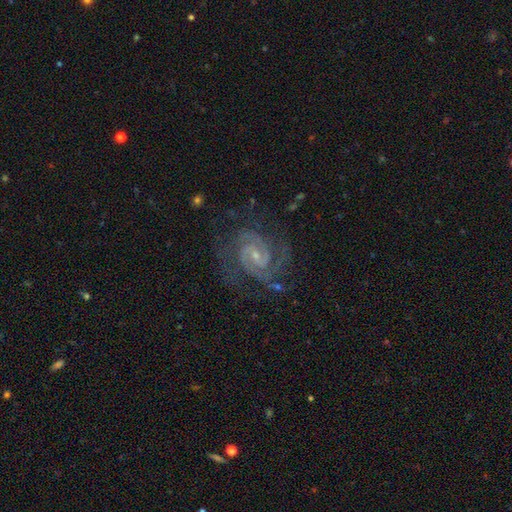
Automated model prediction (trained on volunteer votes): Overall: featured or disk (91%). Edge-on disk: no (98%). Bar: weak (48%; no 36%). Spiral arms: yes (99%). Spiral arm count: 2 (77%). Spiral winding: tight (56%; medium 39%). Bulge size: small (74%). Merging: none (74%).